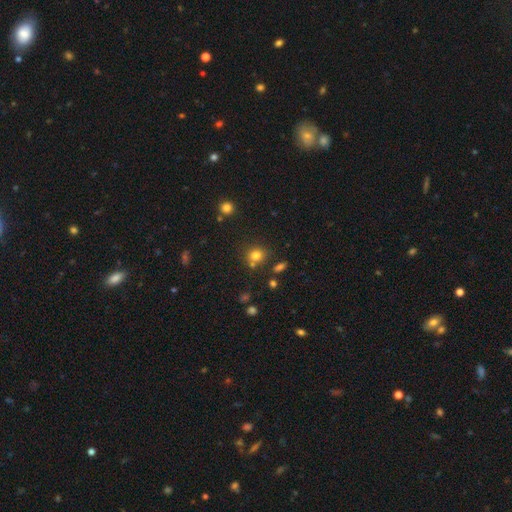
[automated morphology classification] Smooth or featured? Predicted: smooth (p=0.77). How rounded? Predicted: round (p=0.83). Merging? Predicted: none (p=0.71).